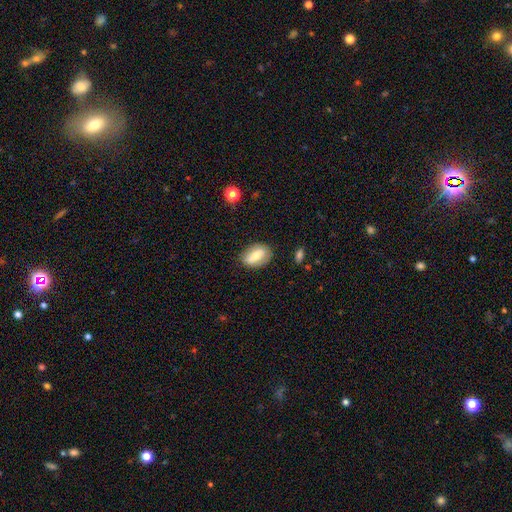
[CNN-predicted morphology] A smooth galaxy with no disk features (63%) that is in between round and cigar-shaped (87%).

Vote fractions:
- Smooth or featured? smooth: 63% / featured or disk: 29% / star or artifact: 7%
- How rounded? in between: 87% / round: 10% / cigar-shaped: 4%
- Merging? none: 80% / minor disturbance: 14% / major disturbance: 4% / merger: 2%